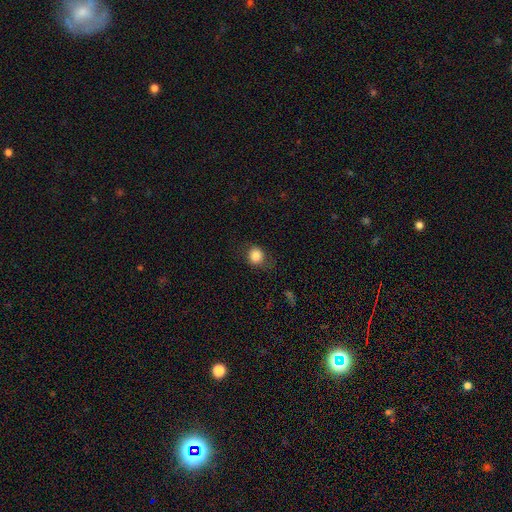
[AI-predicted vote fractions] Smooth or featured? smooth (84%)
How rounded? round (75%)
Merging? none (72%)